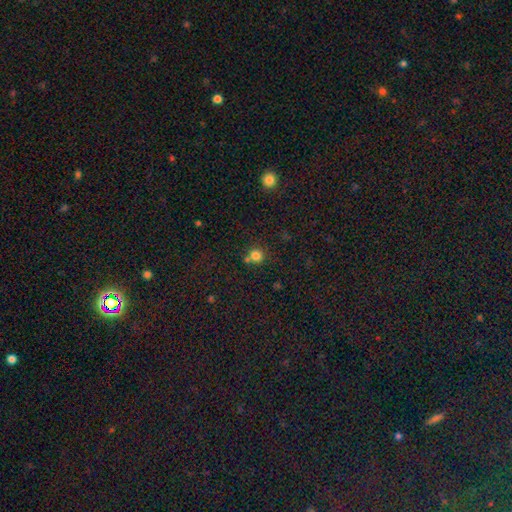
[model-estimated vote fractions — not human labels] Morphology: type=smooth (80%); roundness=round (91%); merging=none (68%).